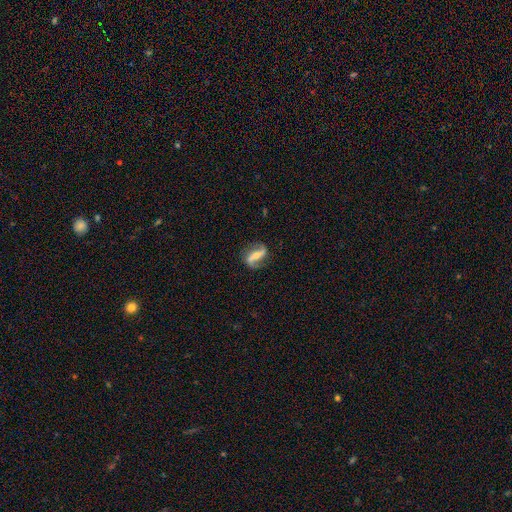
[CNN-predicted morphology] Smooth or featured? Predicted: featured or disk (p=0.80). Edge-on disk? Predicted: no (p=0.94). Bar? Predicted: strong (p=0.58). Spiral arms? Predicted: yes (p=0.92). Spiral winding? Predicted: loose (p=0.66). Spiral arm count? Predicted: 2 (p=0.90). Bulge size? Predicted: small (p=0.42). Merging? Predicted: none (p=0.77).